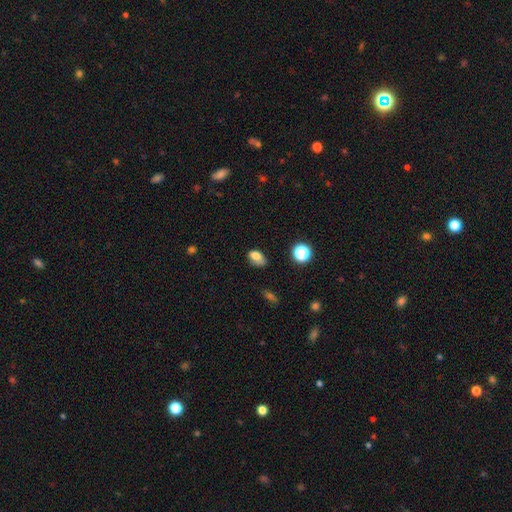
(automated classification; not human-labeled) Q: Smooth or featured?
A: smooth (77%); runner-up: star or artifact (12%)
Q: How rounded?
A: in between (83%); runner-up: round (15%)
Q: Merging?
A: none (49%); runner-up: minor disturbance (34%)